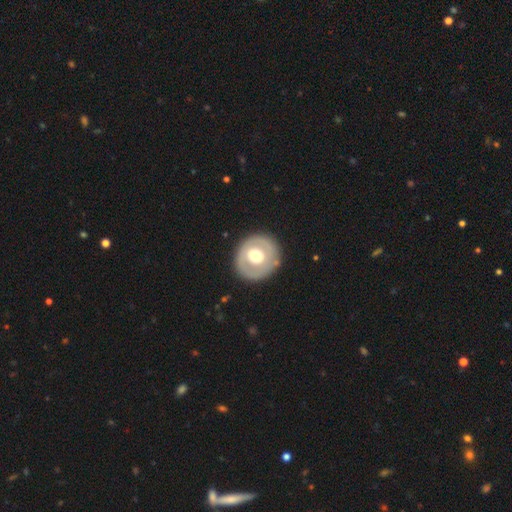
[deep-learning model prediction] A featured or disk galaxy (50%).

Vote fractions:
- Smooth or featured? featured or disk: 50% / smooth: 45% / star or artifact: 5%
- Edge-on disk? no: 96% / yes: 4%
- Merging? none: 84% / minor disturbance: 10% / major disturbance: 4% / merger: 2%